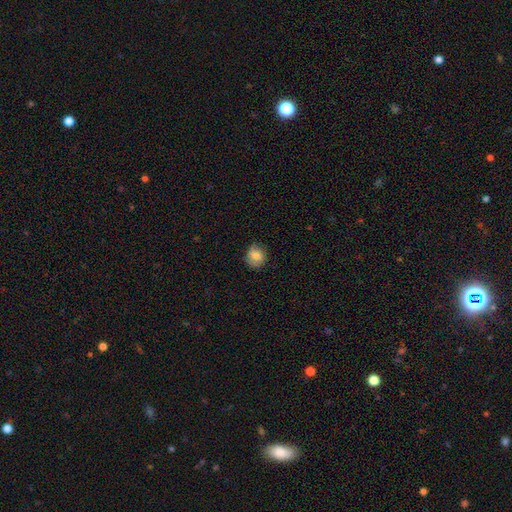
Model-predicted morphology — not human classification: smooth_or_featured: smooth (p=0.76) [alt: featured or disk p=0.16]
how_rounded: round (p=0.76) [alt: in between p=0.23]
merging: none (p=0.72) [alt: minor disturbance p=0.22]